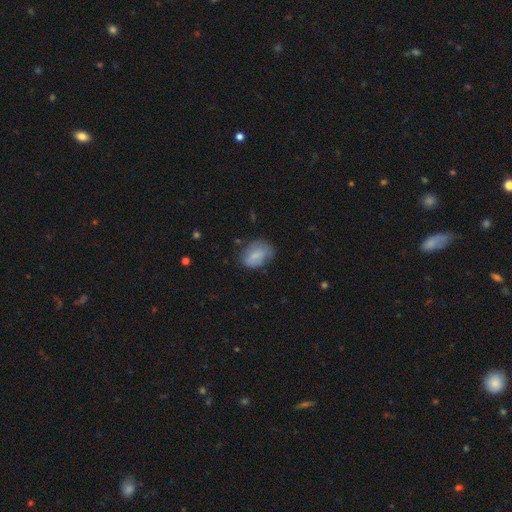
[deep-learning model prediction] Q: Smooth or featured?
A: smooth (79%); runner-up: featured or disk (13%)
Q: How rounded?
A: in between (81%); runner-up: round (17%)
Q: Merging?
A: none (59%); runner-up: minor disturbance (29%)